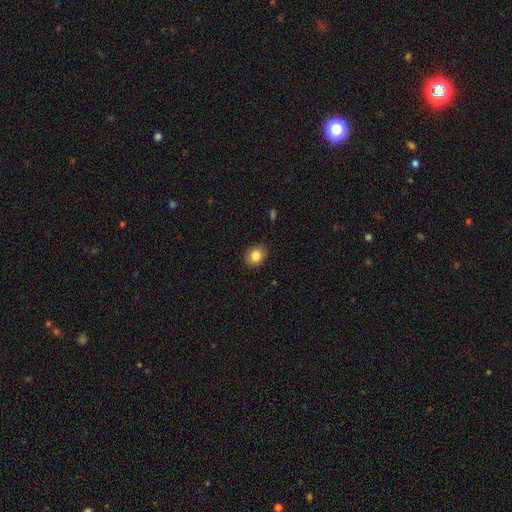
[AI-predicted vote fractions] Smooth or featured: smooth — 84% (star or artifact — 9%)
How rounded: round — 58% (in between — 41%)
Merging: none — 87% (minor disturbance — 10%)